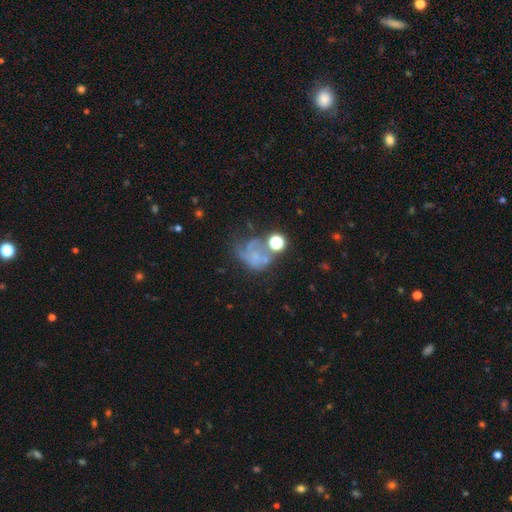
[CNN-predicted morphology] The model was most divided on "merging": major disturbance: 37%, none: 27%, merger: 18%, minor disturbance: 18%. Remaining: smooth or featured — featured or disk (45%).